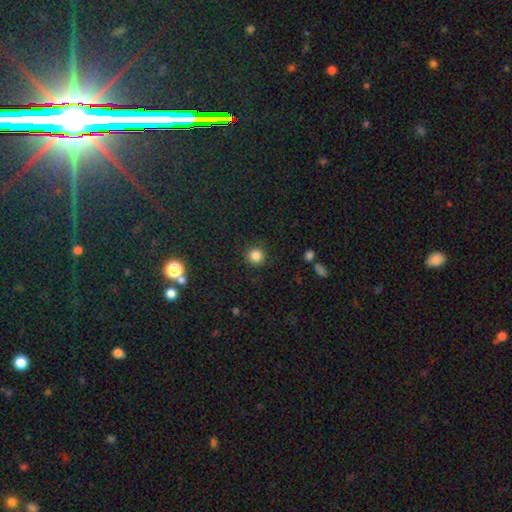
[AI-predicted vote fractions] This is clearly a smooth galaxy (83%). How rounded: clearly round (94%). Merging: clearly none (90%).